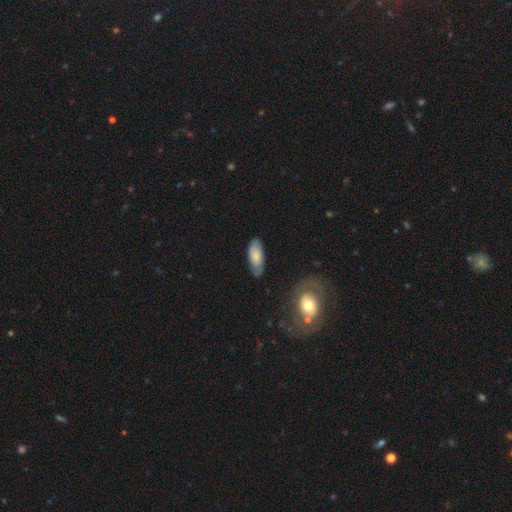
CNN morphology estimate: Smooth or featured?
  - smooth: 68% *
  - featured or disk: 25%
  - star or artifact: 6%
How rounded?
  - in between: 79% *
  - cigar-shaped: 19%
  - round: 2%
Merging?
  - none: 76% *
  - minor disturbance: 18%
  - major disturbance: 4%
  - merger: 2%